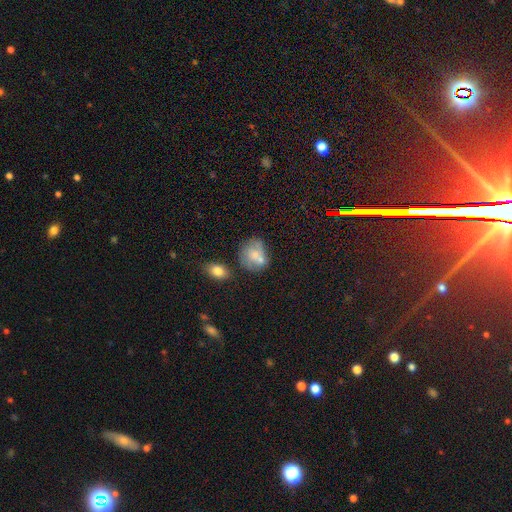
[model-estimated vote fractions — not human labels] Overall: smooth (63%; featured or disk 28%). How rounded: round (62%; in between 37%). Merging: none (43%; merger 27%).